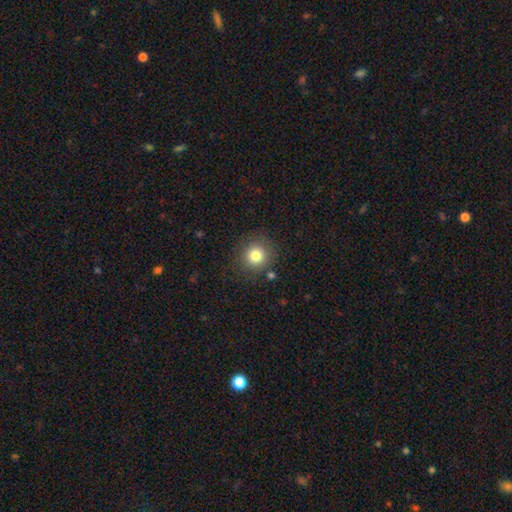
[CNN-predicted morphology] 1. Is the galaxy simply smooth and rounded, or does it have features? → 79% smooth, 12% star or artifact, 8% featured or disk.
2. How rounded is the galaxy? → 92% round, 7% in between, 1% cigar-shaped.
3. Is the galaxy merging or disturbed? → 85% none, 8% minor disturbance, 3% major disturbance, 3% merger.